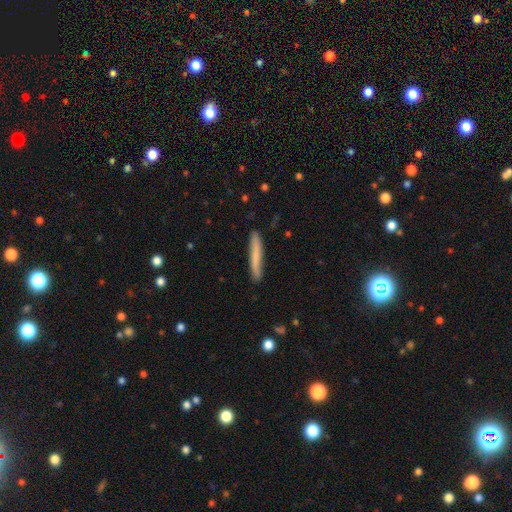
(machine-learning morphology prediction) Smooth or featured? Predicted: smooth (p=0.68). How rounded? Predicted: cigar-shaped (p=0.95). Merging? Predicted: none (p=0.86).